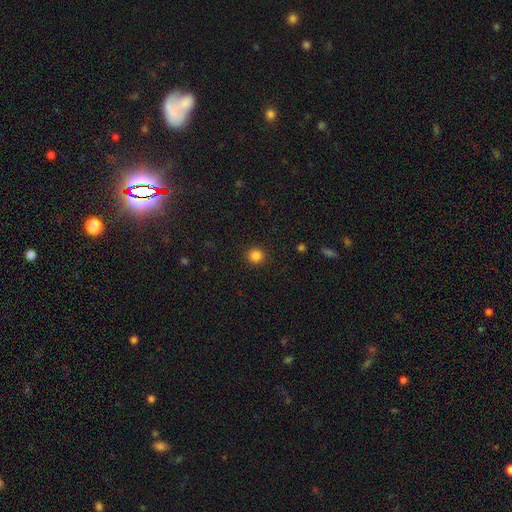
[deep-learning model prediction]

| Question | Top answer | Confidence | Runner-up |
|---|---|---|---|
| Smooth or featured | smooth | 86% | star or artifact (11%) |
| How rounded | round | 93% | in between (6%) |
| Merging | none | 92% | minor disturbance (5%) |